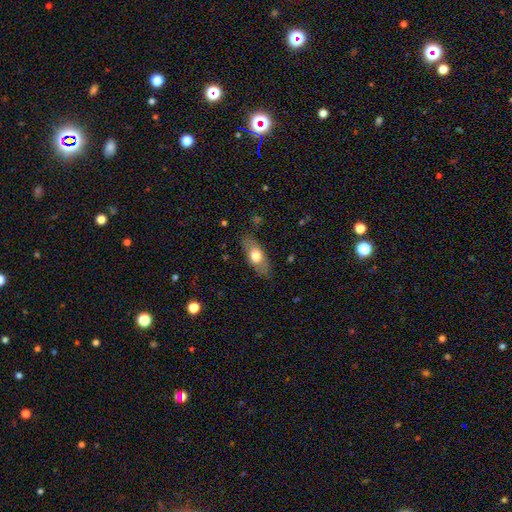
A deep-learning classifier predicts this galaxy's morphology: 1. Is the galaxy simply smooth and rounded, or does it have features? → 65% smooth, 28% featured or disk, 7% star or artifact.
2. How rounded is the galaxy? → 76% in between, 18% cigar-shaped, 5% round.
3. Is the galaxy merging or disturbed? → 81% none, 14% minor disturbance, 4% major disturbance, 1% merger.